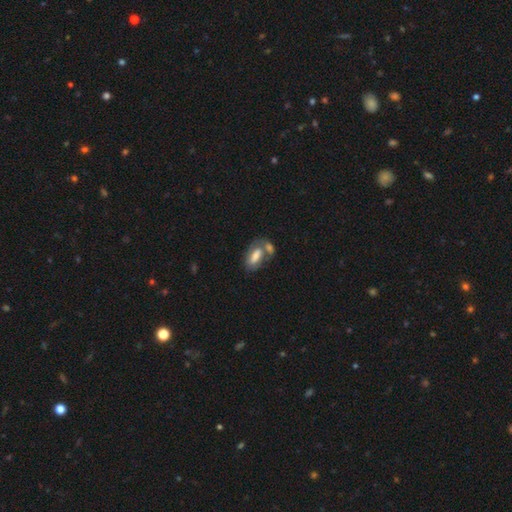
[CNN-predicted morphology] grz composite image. It shows a smooth galaxy with no disk features (61%) that is in between round and cigar-shaped (87%). Merging: merger (46%).